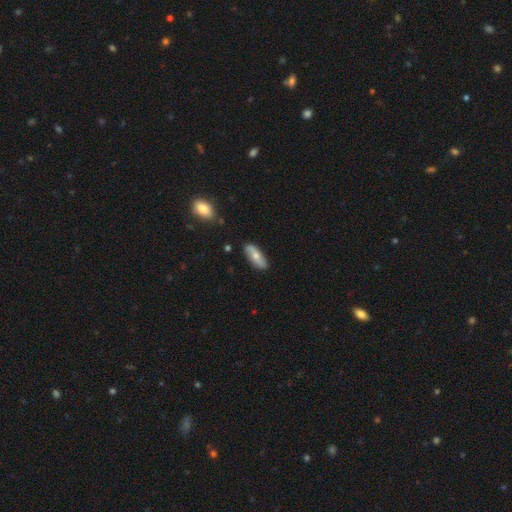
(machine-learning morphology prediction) Q: Smooth or featured?
A: smooth (51%); runner-up: featured or disk (43%)
Q: How rounded?
A: in between (68%); runner-up: cigar-shaped (28%)
Q: Merging?
A: none (83%); runner-up: minor disturbance (13%)